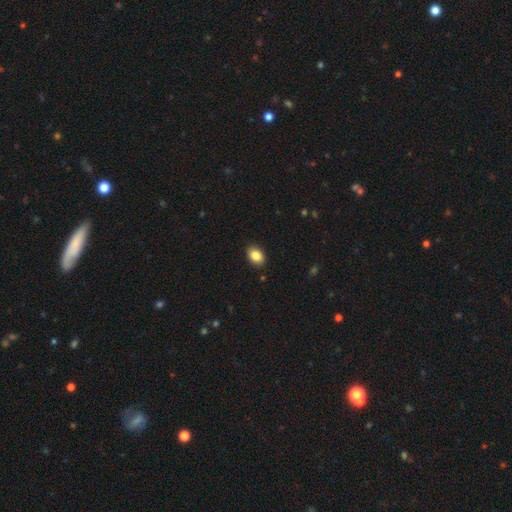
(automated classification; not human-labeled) Smooth or featured? Predicted: smooth (p=0.86). How rounded? Predicted: in between (p=0.83). Merging? Predicted: none (p=0.89).